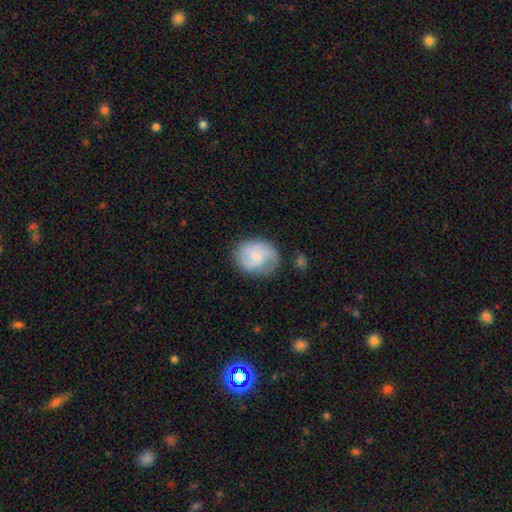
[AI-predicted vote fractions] Smooth or featured?
  - featured or disk: 47% *
  - smooth: 46%
  - star or artifact: 7%
Merging?
  - none: 66% *
  - minor disturbance: 23%
  - major disturbance: 8%
  - merger: 3%